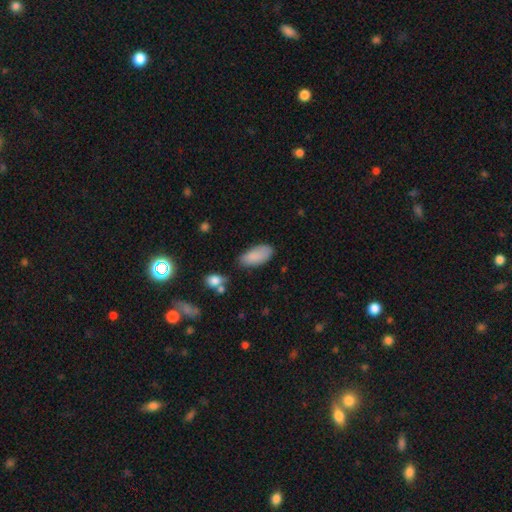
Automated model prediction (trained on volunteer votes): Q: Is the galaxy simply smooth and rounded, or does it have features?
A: smooth — 87%.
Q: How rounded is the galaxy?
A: in between — 91%.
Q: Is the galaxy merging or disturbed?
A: none — 73%.